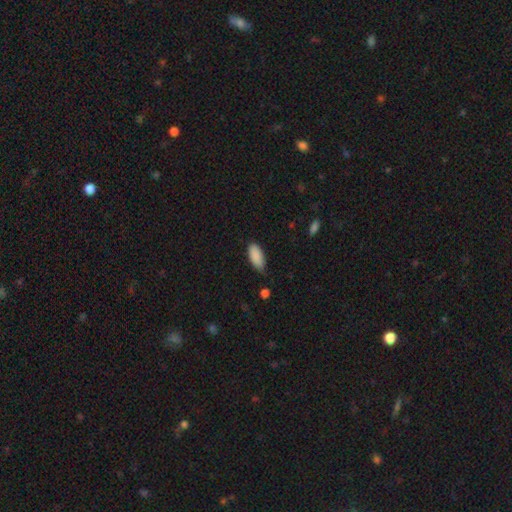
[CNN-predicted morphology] A smooth galaxy with no disk features (89%) that is in between round and cigar-shaped (90%). Merging: none (65%).